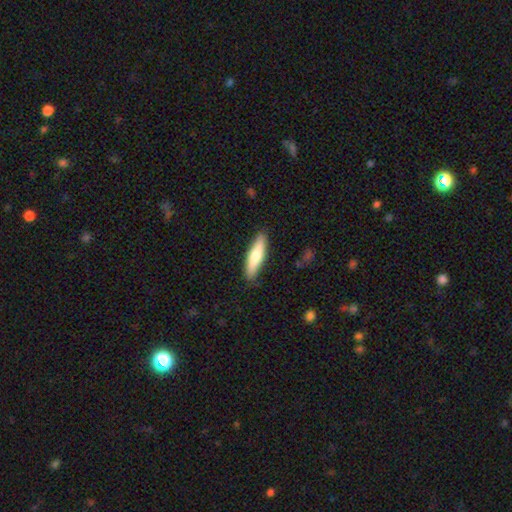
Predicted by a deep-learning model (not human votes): Smooth or featured?
  - smooth: 67% *
  - featured or disk: 28%
  - star or artifact: 5%
How rounded?
  - cigar-shaped: 69% *
  - in between: 29%
  - round: 2%
Merging?
  - none: 87% *
  - minor disturbance: 10%
  - major disturbance: 2%
  - merger: 1%